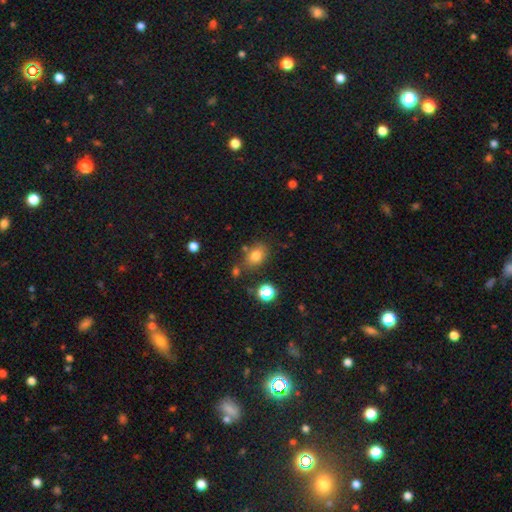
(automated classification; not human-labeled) A smooth galaxy with no disk features (78%) that is in between round and cigar-shaped (65%). Merging: none (71%).